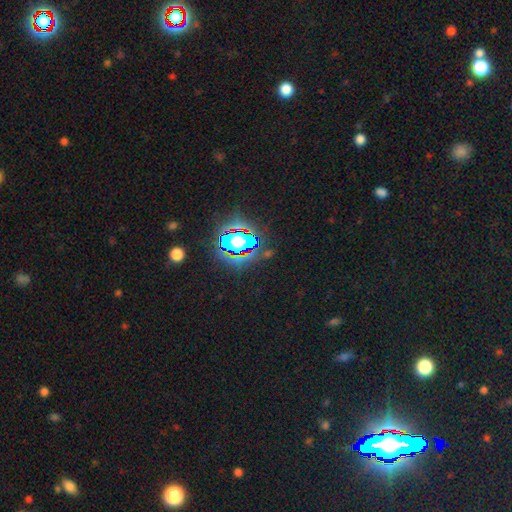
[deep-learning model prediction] This is clearly a star or artifact rather than a galaxy (81%).